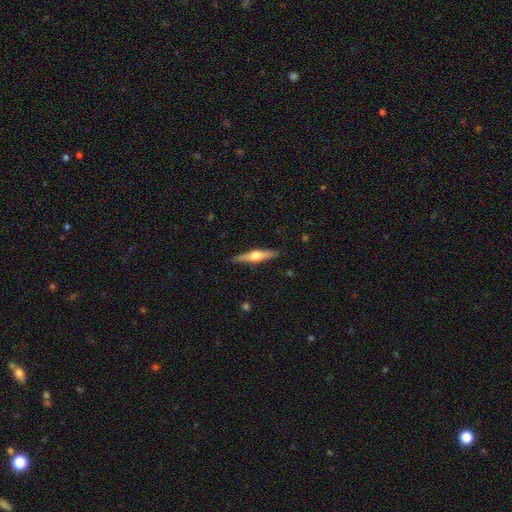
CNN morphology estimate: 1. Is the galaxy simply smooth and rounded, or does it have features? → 61% featured or disk, 34% smooth, 5% star or artifact.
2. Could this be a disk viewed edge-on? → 96% yes, 4% no.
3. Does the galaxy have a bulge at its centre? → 93% rounded, 4% boxy, 3% none.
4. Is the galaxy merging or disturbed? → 89% none, 8% minor disturbance, 2% major disturbance, 1% merger.